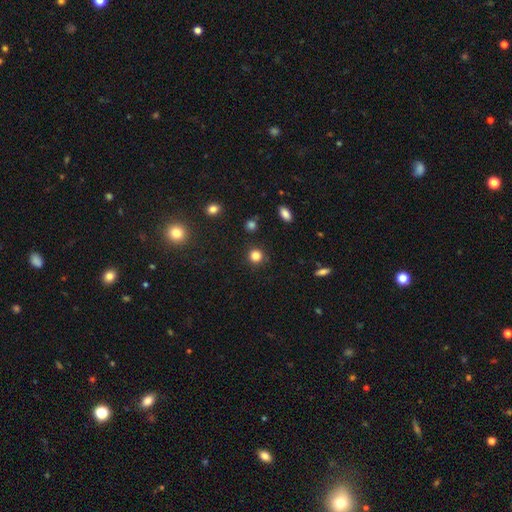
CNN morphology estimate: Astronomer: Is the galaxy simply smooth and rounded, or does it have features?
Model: smooth — 83%.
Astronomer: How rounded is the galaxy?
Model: round — 92%.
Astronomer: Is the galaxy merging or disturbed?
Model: none — 89%.